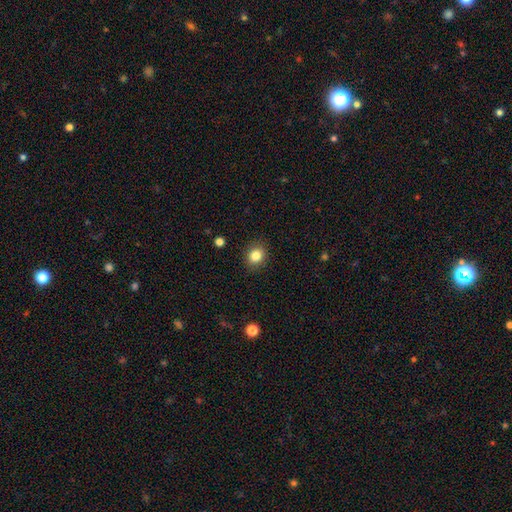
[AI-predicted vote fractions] This appears to be a smooth galaxy with no disk features (84%) that is round (71%). Merging: none (89%).